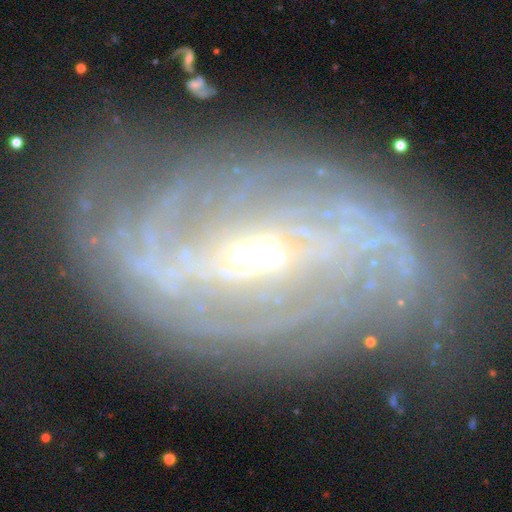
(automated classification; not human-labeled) Smooth or featured? Predicted: featured or disk (p=0.87). Edge-on disk? Predicted: no (p=0.93). Bar? Predicted: strong (p=0.54). Spiral arms? Predicted: yes (p=0.91). Spiral winding? Predicted: tight (p=0.43). Spiral arm count? Predicted: 2 (p=0.36). Bulge size? Predicted: small (p=0.59). Merging? Predicted: none (p=0.68).